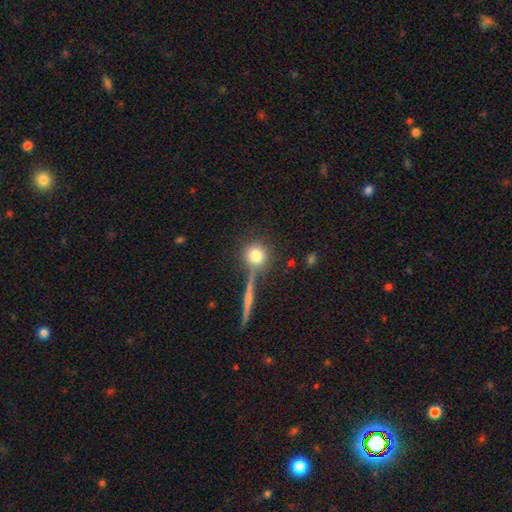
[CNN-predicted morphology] Smooth or featured?
  - smooth: 76% *
  - featured or disk: 12%
  - star or artifact: 12%
How rounded?
  - round: 92% *
  - in between: 6%
  - cigar-shaped: 2%
Merging?
  - none: 72% *
  - merger: 13%
  - minor disturbance: 10%
  - major disturbance: 4%